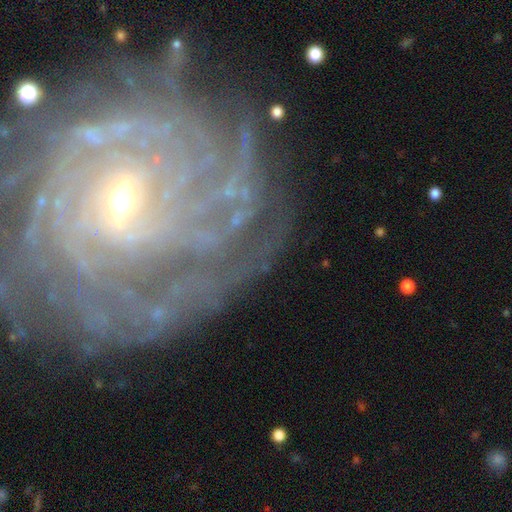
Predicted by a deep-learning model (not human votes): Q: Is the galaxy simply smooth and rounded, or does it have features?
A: featured or disk — 87%.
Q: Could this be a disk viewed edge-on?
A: no — 97%.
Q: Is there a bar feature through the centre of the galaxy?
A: weak — 48%.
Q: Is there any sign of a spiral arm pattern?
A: yes — 96%.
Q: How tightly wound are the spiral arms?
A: tight — 78%.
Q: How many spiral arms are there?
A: can't tell — 29%.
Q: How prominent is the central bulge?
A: small — 60%.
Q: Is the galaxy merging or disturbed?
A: none — 72%.